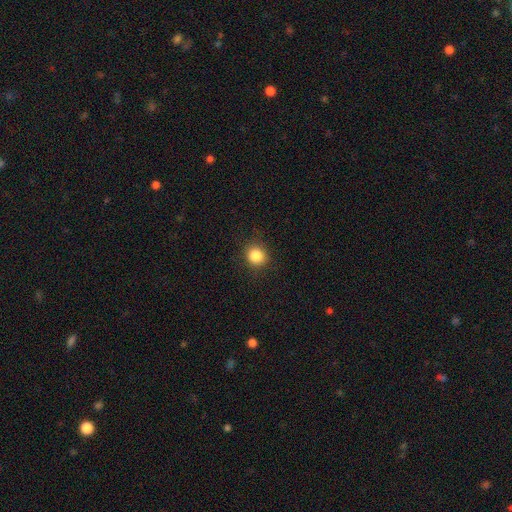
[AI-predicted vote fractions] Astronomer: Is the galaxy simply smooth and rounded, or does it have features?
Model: smooth — 85%.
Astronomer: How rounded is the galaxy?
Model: round — 87%.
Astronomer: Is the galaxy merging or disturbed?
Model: none — 88%.